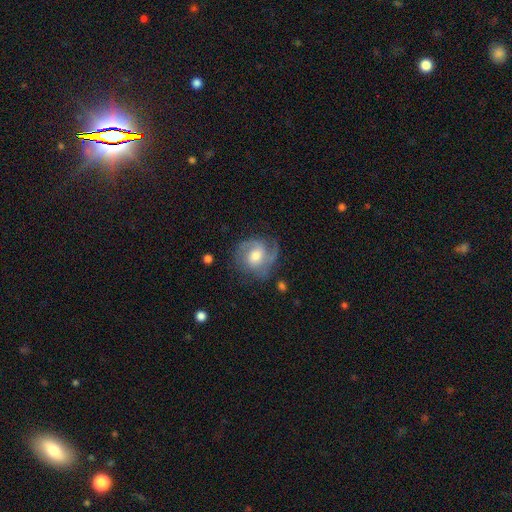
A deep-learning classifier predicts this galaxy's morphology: A featured or disk galaxy (76%) with no bar (47%), 2 (60%) medium (47%) spiral arms (94%) and a moderate central bulge (66%).

Vote fractions:
- Smooth or featured? featured or disk: 76% / smooth: 17% / star or artifact: 6%
- Edge-on disk? no: 97% / yes: 3%
- Bar? no: 47% / weak: 44% / strong: 10%
- Spiral arms? yes: 94% / no: 6%
- Spiral winding? medium: 47% / tight: 37% / loose: 16%
- Spiral arm count? 2: 60% / 3: 14% / can't tell: 13% / 1: 8% / 4: 3% / more than 4: 2%
- Bulge size? moderate: 66% / small: 18% / large: 13% / none: 2% / dominant: 1%
- Merging? none: 68% / minor disturbance: 20% / major disturbance: 10% / merger: 2%